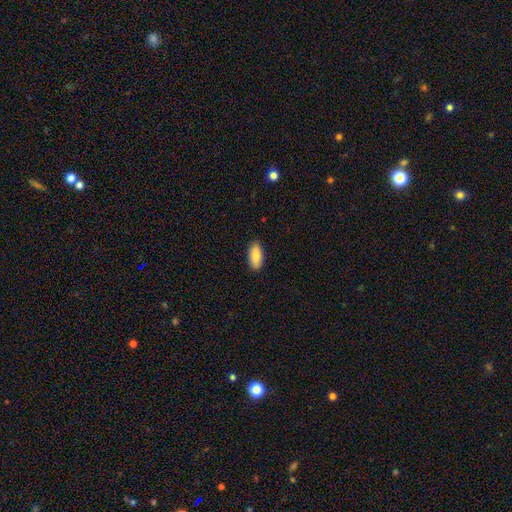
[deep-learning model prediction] smooth 87%, featured or disk 7%, star or artifact 6%. Down the decision tree: how rounded — in between (90%); merging — none (88%).